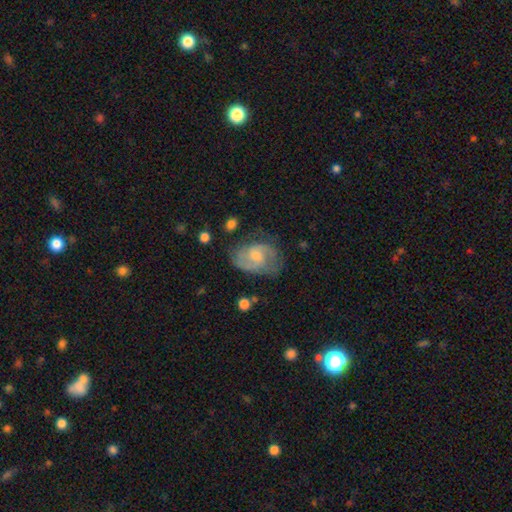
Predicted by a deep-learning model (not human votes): This appears to be a featured or disk galaxy (71%) with no bar (53%), 2 (72%) medium (50%) spiral arms (90%) and a small central bulge (48%). Merging: none (61%).